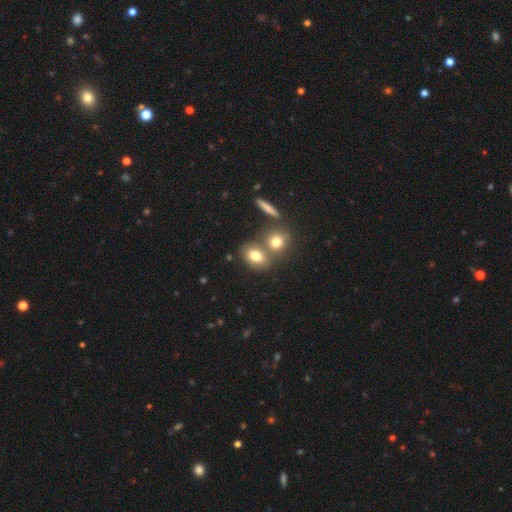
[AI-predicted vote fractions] Smooth or featured?
  - smooth: 76% *
  - featured or disk: 13%
  - star or artifact: 11%
How rounded?
  - in between: 67% *
  - round: 29%
  - cigar-shaped: 3%
Merging?
  - none: 51% *
  - merger: 35%
  - minor disturbance: 10%
  - major disturbance: 4%